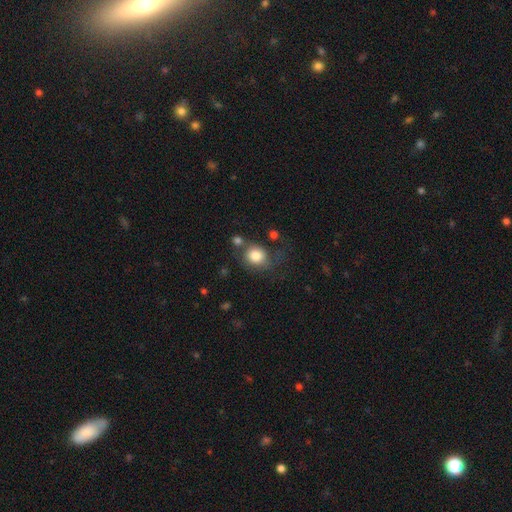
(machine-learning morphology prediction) Q: Smooth or featured?
A: smooth (81%); runner-up: featured or disk (10%)
Q: How rounded?
A: round (75%); runner-up: in between (24%)
Q: Merging?
A: none (53%); runner-up: minor disturbance (20%)